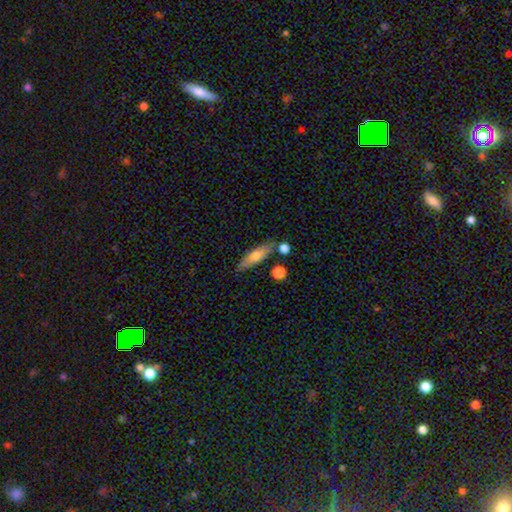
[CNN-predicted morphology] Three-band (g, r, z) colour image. It shows a smooth galaxy with no disk features (60%) that is cigar-shaped (66%). Merging: none (78%).